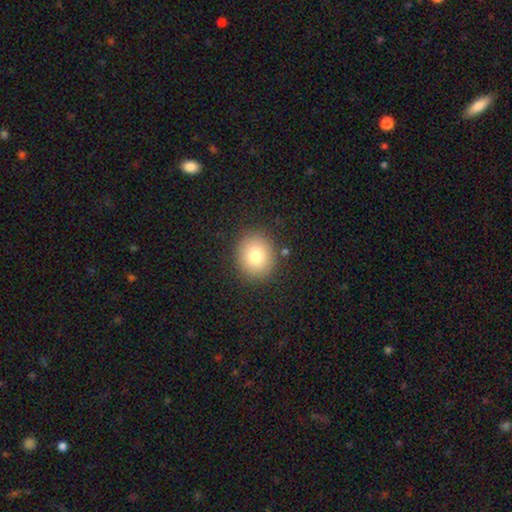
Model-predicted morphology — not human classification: This appears to be a smooth galaxy with no disk features (80%) that is round (78%). Merging: none (88%).